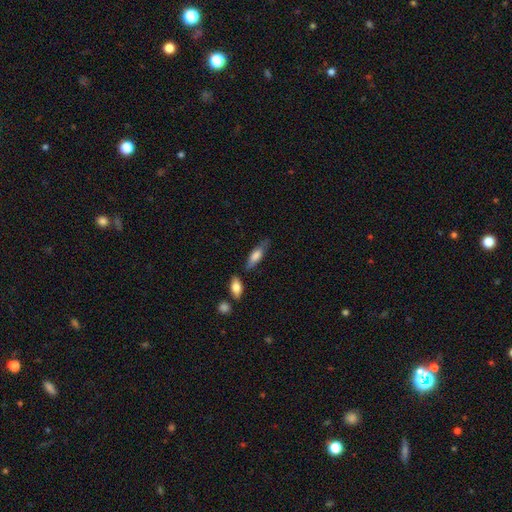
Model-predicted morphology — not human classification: type=smooth (69%); roundness=in between (55%); merging=none (66%).